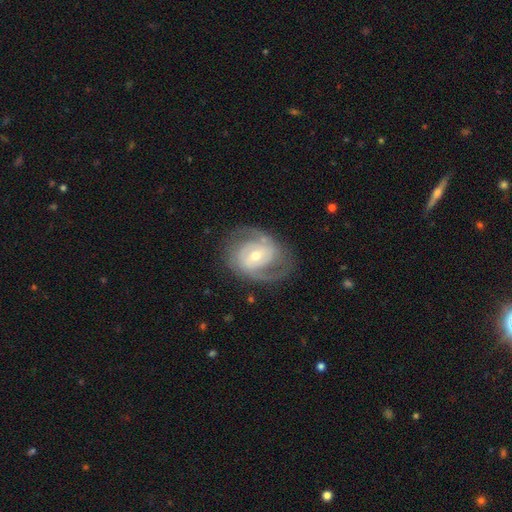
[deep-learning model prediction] Smooth or featured: featured or disk — 83% (smooth — 12%)
Edge-on disk: no — 97% (yes — 3%)
Bar: weak — 44% (no — 36%)
Spiral arms: yes — 91% (no — 9%)
Spiral winding: tight — 43% (tied with medium — 43%)
Spiral arm count: 2 — 75% (can't tell — 12%)
Bulge size: moderate — 54% (small — 41%)
Merging: none — 72% (minor disturbance — 17%)